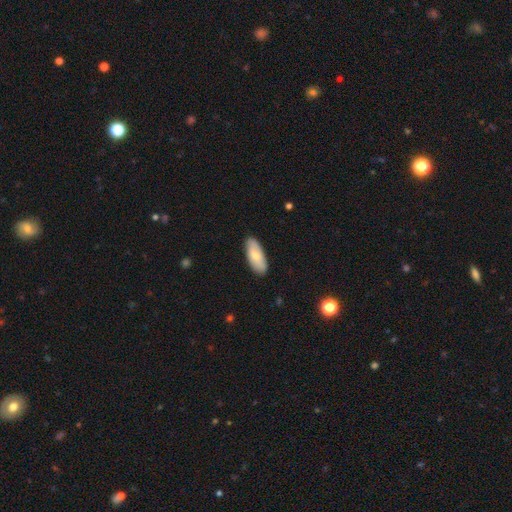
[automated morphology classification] The model was most divided on "smooth or featured": smooth: 74%, featured or disk: 21%, star or artifact: 6%. More confident: merging — none (85%); how rounded — in between (81%).